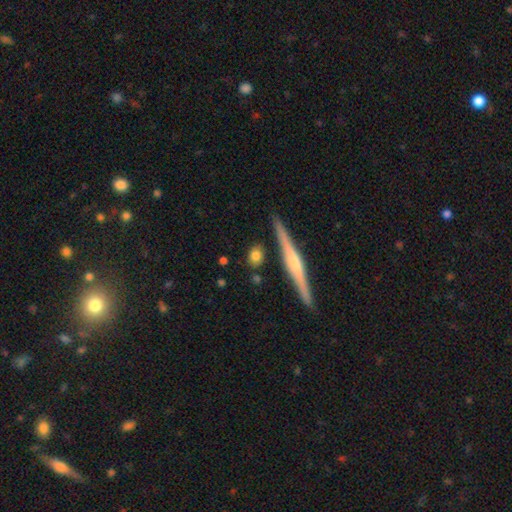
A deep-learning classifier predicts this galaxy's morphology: Smooth or featured? smooth (75%)
How rounded? round (48%)
Merging? none (82%)